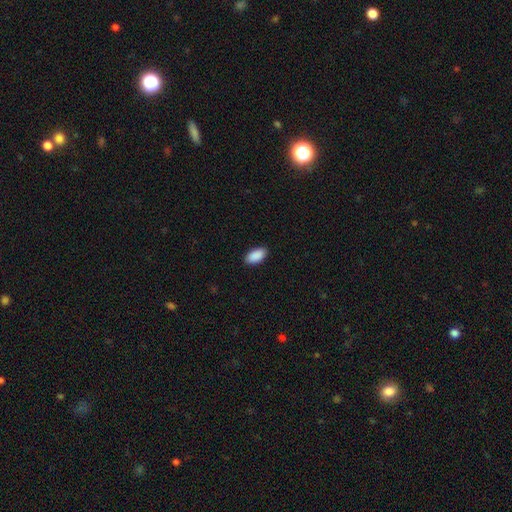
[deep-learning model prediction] Smooth or featured? smooth (91%)
How rounded? in between (94%)
Merging? none (89%)